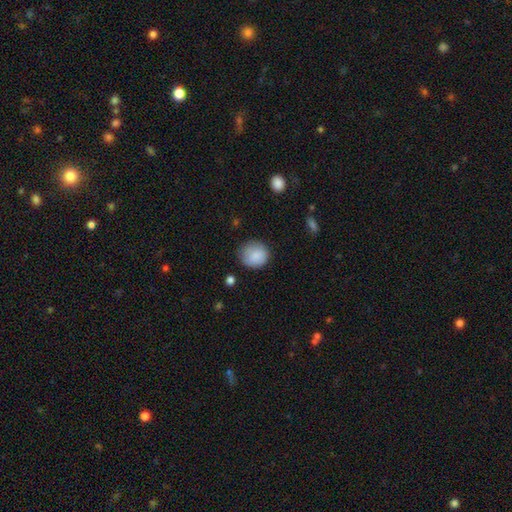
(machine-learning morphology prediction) This is clearly a smooth galaxy (86%). How rounded: clearly round (86%). Merging: likely none (76%).